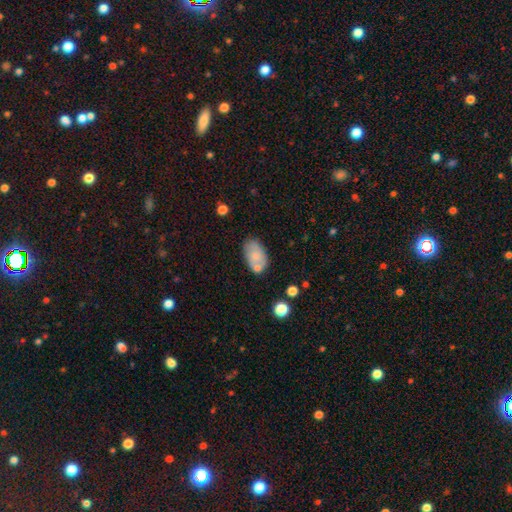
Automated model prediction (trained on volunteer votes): Q: Smooth or featured?
A: smooth (72%); runner-up: featured or disk (21%)
Q: How rounded?
A: in between (92%); runner-up: round (6%)
Q: Merging?
A: none (58%); runner-up: minor disturbance (20%)